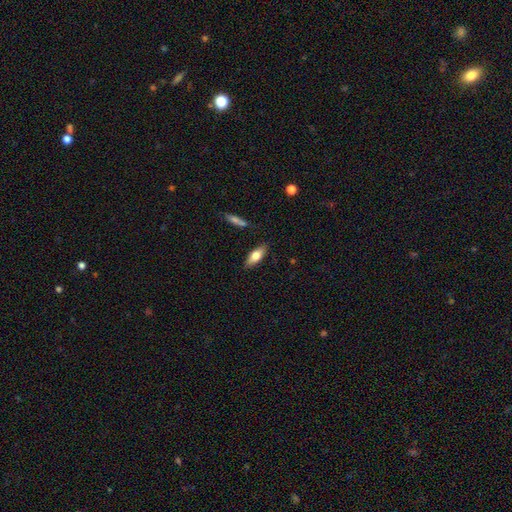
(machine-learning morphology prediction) smooth_or_featured: smooth (p=0.68) [alt: featured or disk p=0.26]
how_rounded: in between (p=0.72) [alt: cigar-shaped p=0.26]
merging: none (p=0.85) [alt: minor disturbance p=0.10]